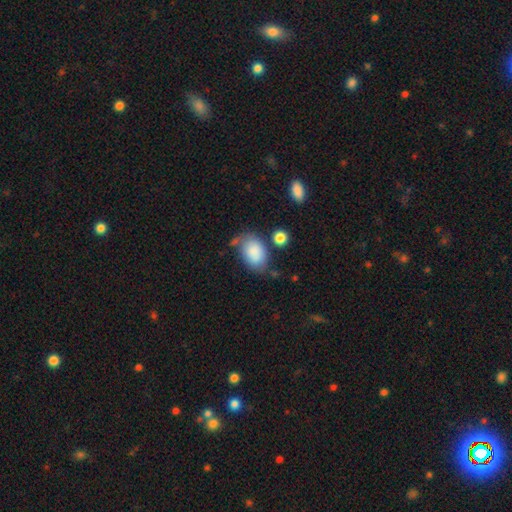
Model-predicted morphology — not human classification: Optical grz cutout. It shows a smooth galaxy with no disk features (83%) that is in between round and cigar-shaped (84%). Merging: none (52%).